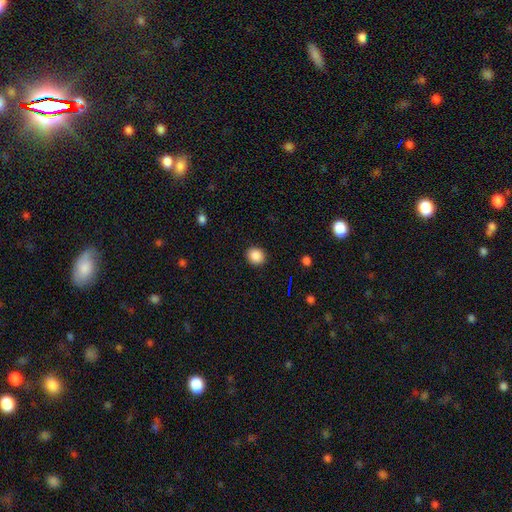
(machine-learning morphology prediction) A smooth galaxy with no disk features (87%) that is round (75%). Merging: none (90%).